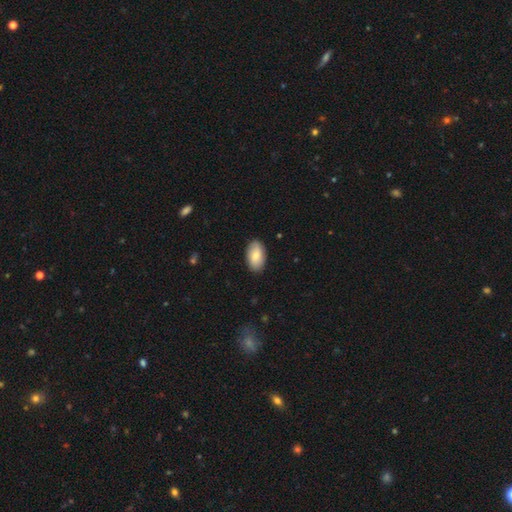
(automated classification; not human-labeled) Smooth or featured: smooth — 79% (featured or disk — 15%)
How rounded: in between — 95% (round — 4%)
Merging: none — 87% (minor disturbance — 10%)